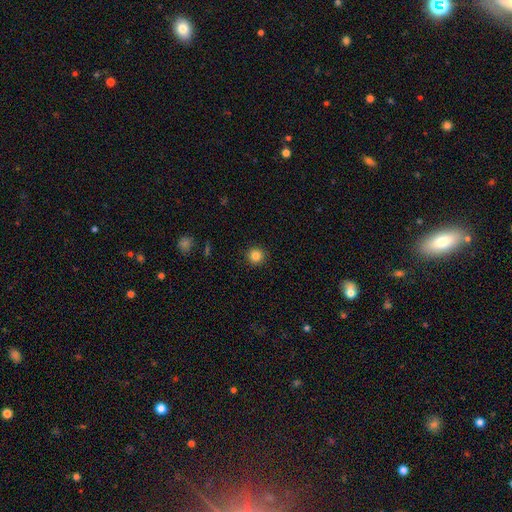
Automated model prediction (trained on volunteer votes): The model was most divided on "smooth or featured": smooth: 84%, star or artifact: 11%, featured or disk: 4%. More confident: how rounded — round (95%); merging — none (92%).